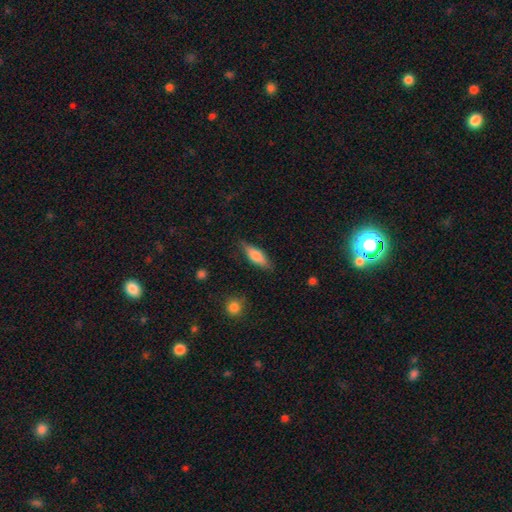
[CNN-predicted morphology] type=smooth (68%); roundness=in between (50%); merging=none (82%).